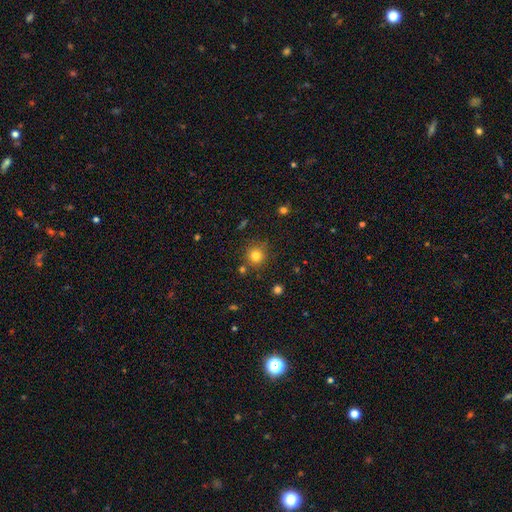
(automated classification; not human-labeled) Overall: smooth (79%). How rounded: round (93%). Merging: none (82%).